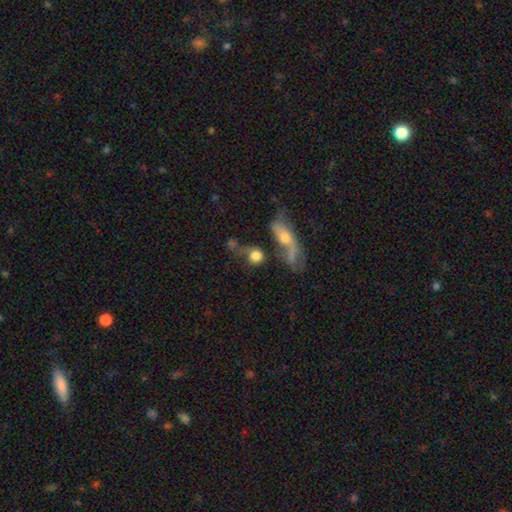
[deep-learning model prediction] The model was most divided on "merging": merger: 36%, none: 34%, major disturbance: 16%, minor disturbance: 14%. More confident: how rounded — round (72%); smooth or featured — smooth (69%).